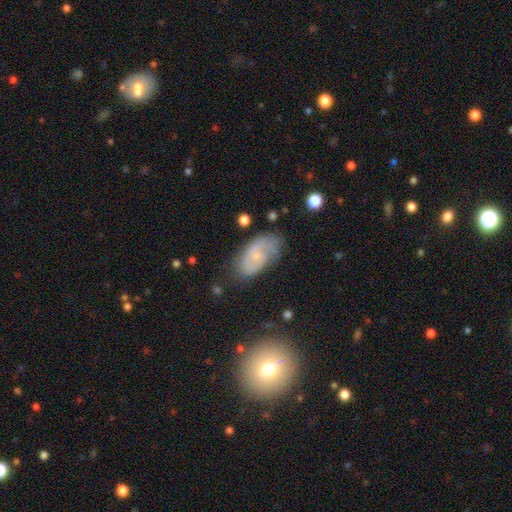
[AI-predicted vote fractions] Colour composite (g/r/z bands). It shows a featured or disk galaxy (60%) with no bar (63%), spiral arms (84%) and a small central bulge (73%). Merging: none (62%).